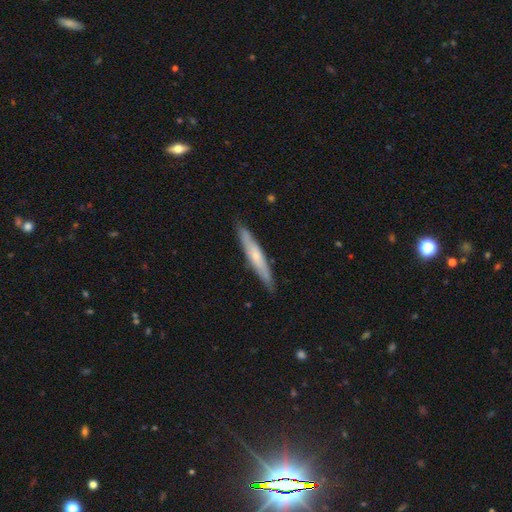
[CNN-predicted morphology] Smooth or featured: featured or disk — 48% (smooth — 47%)
Merging: none — 86% (minor disturbance — 11%)